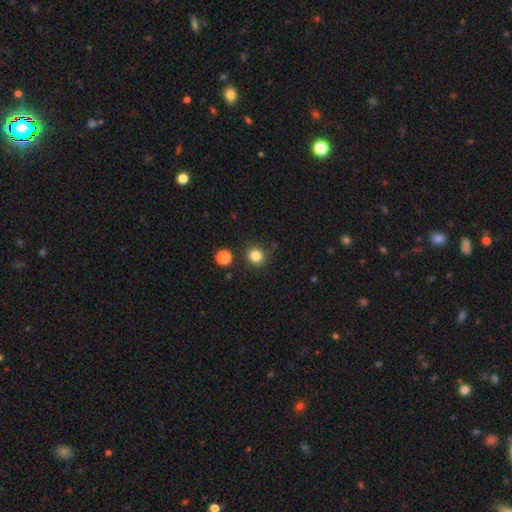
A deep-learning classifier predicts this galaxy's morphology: type=smooth (83%); roundness=round (84%); merging=none (85%).